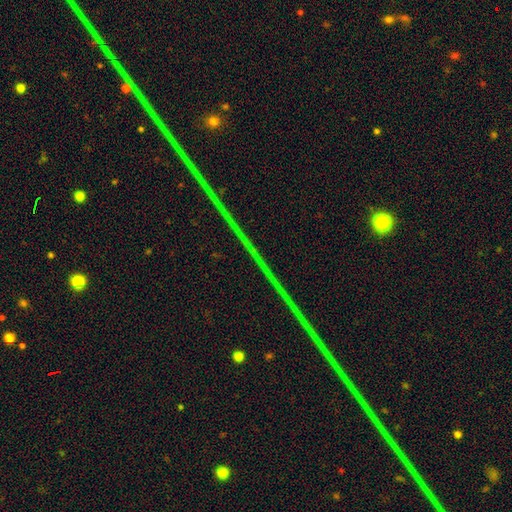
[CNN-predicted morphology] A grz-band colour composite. It shows a star or artifact, not a galaxy (81%).